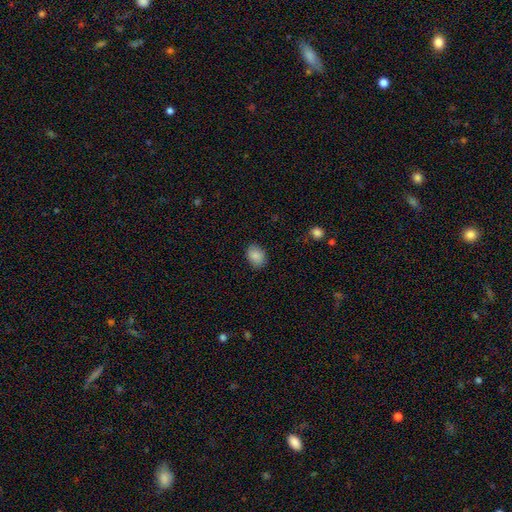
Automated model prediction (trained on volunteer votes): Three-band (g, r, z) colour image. It shows a smooth galaxy with no disk features (88%) that is in between round and cigar-shaped (62%). Merging: none (85%).